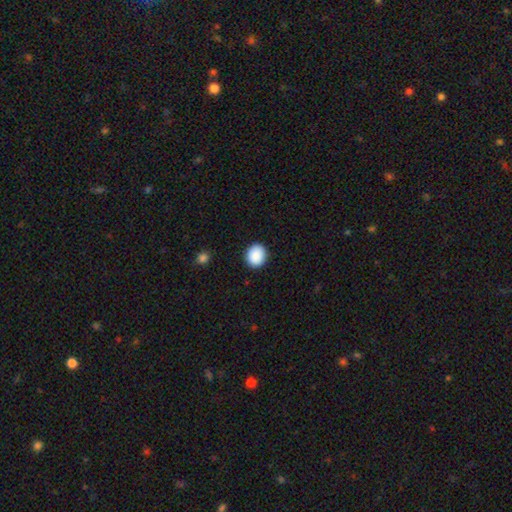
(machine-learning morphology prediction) This is clearly a smooth galaxy (90%). How rounded: likely round (70%). Merging: clearly none (91%).